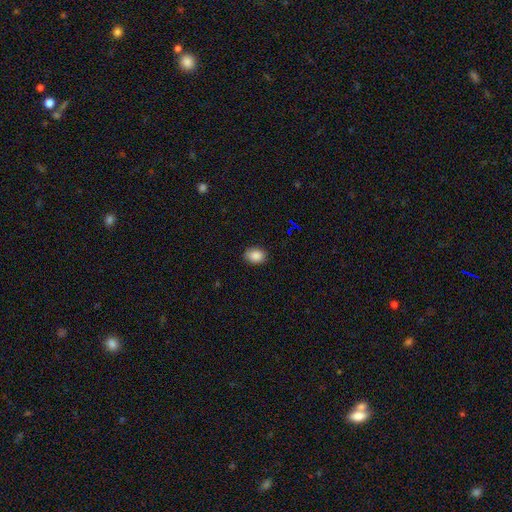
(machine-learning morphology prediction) Q: Smooth or featured?
A: smooth (87%); runner-up: star or artifact (9%)
Q: How rounded?
A: in between (75%); runner-up: round (24%)
Q: Merging?
A: none (87%); runner-up: minor disturbance (10%)